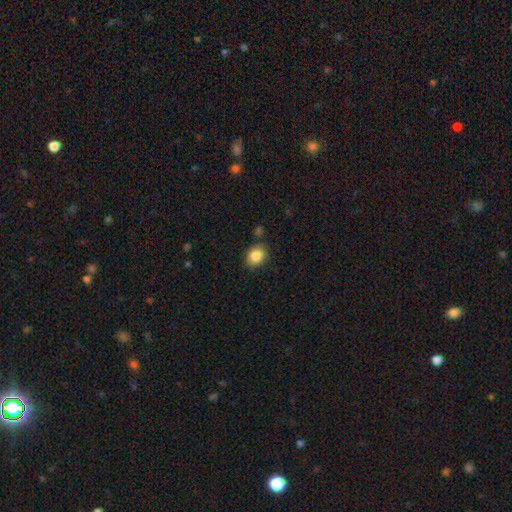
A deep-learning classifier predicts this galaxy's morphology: smooth 87%, star or artifact 8%, featured or disk 4%. Down the decision tree: how rounded — round (56%); merging — none (81%).